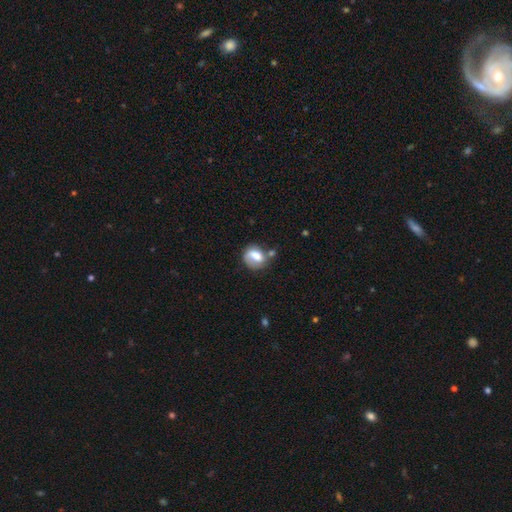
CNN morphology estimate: Smooth or featured? Predicted: smooth (p=0.57). How rounded? Predicted: round (p=0.54). Merging? Predicted: none (p=0.49).